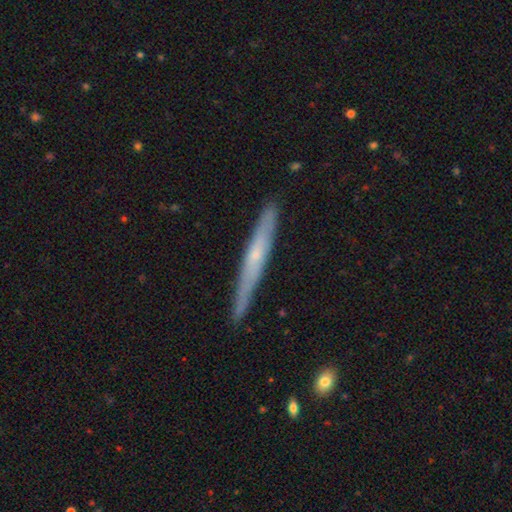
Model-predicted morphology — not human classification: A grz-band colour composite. It shows a featured or disk galaxy (58%) viewed edge-on (94%) with no central bulge (57%). Merging: none (87%).